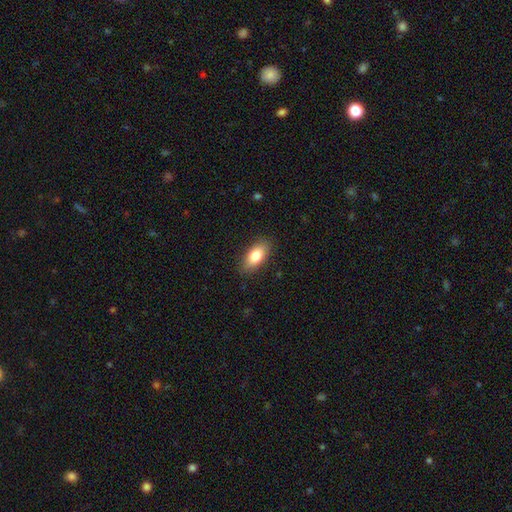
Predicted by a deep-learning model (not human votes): smooth 80%, featured or disk 13%, star or artifact 7%. Down the decision tree: how rounded — in between (88%); merging — none (87%).